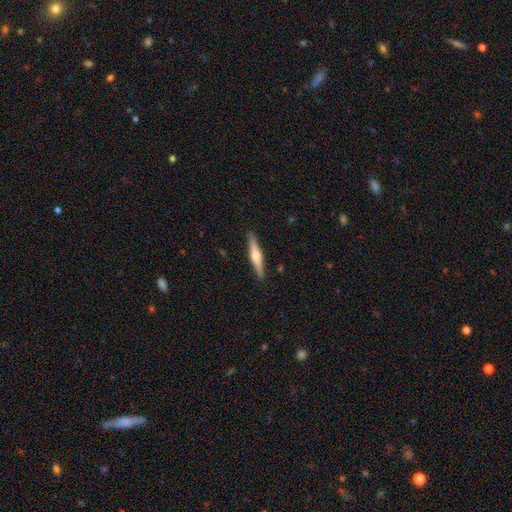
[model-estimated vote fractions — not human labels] smooth_or_featured: featured or disk (p=0.56) [alt: smooth p=0.38]
disk_edge_on: yes (p=0.97) [alt: no p=0.03]
edge_on_bulge: rounded (p=0.82) [alt: boxy p=0.12]
merging: none (p=0.90) [alt: minor disturbance p=0.07]